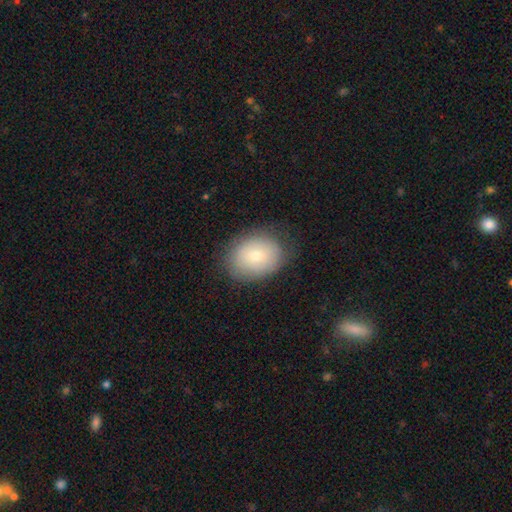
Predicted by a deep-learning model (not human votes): Smooth or featured: smooth — 73% (featured or disk — 19%)
How rounded: in between — 60% (round — 40%)
Merging: none — 78% (minor disturbance — 16%)